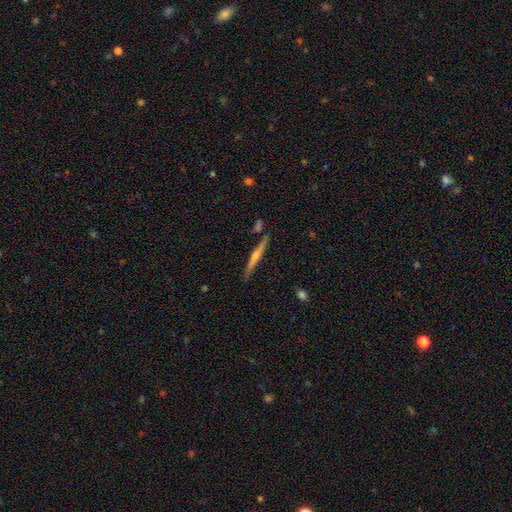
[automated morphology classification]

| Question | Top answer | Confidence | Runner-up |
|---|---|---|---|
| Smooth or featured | featured or disk | 62% | smooth (31%) |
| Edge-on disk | yes | 97% | no (3%) |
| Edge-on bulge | rounded | 63% | none (29%) |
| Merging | none | 84% | minor disturbance (10%) |